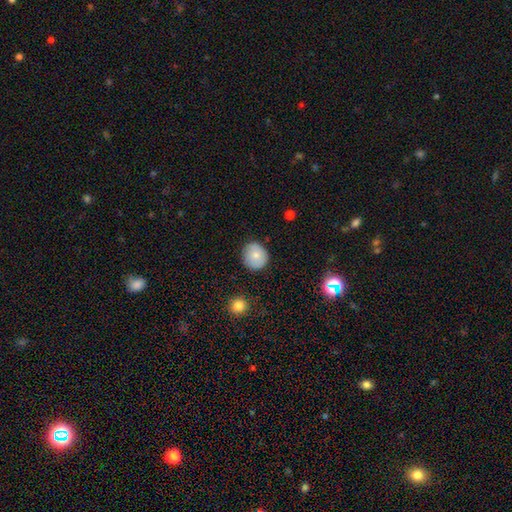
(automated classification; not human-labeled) Smooth or featured? smooth (77%)
How rounded? round (84%)
Merging? none (82%)